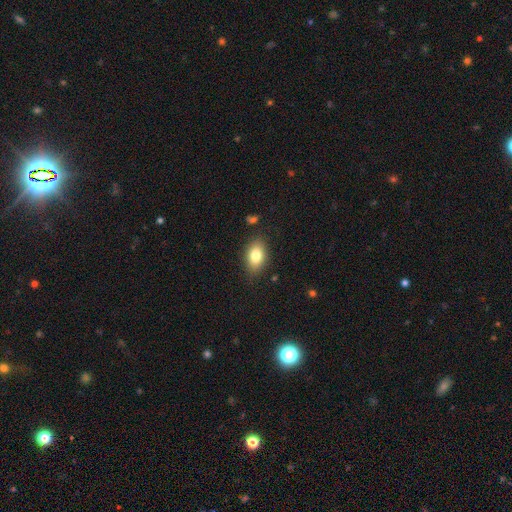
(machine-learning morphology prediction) smooth 79%, featured or disk 12%, star or artifact 8%. Down the decision tree: how rounded — in between (86%); merging — none (83%).